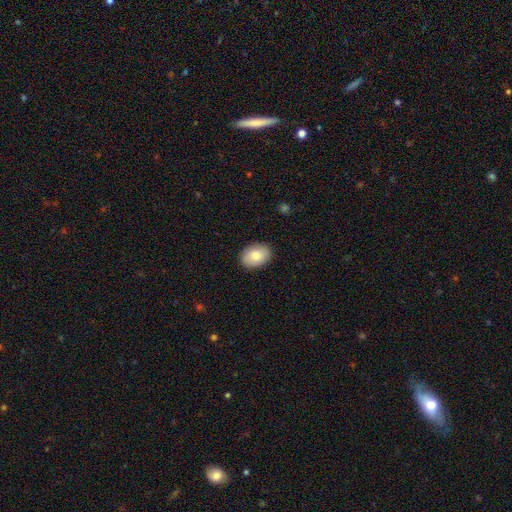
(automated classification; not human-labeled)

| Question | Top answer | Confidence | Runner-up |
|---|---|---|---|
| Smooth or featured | smooth | 83% | featured or disk (11%) |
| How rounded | in between | 80% | round (19%) |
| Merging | none | 89% | minor disturbance (9%) |